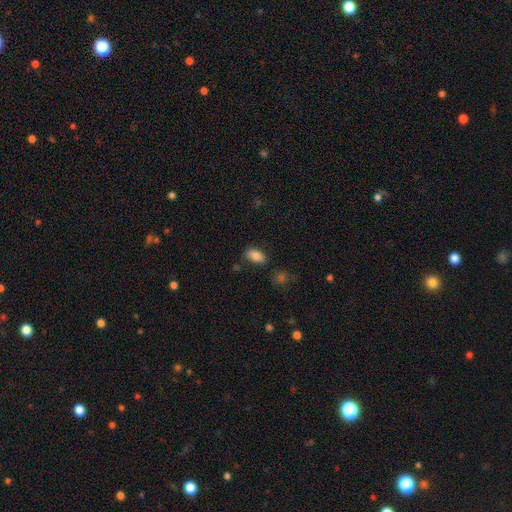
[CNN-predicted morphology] Q: Smooth or featured?
A: smooth (84%); runner-up: featured or disk (8%)
Q: How rounded?
A: in between (92%); runner-up: round (6%)
Q: Merging?
A: none (79%); runner-up: minor disturbance (14%)